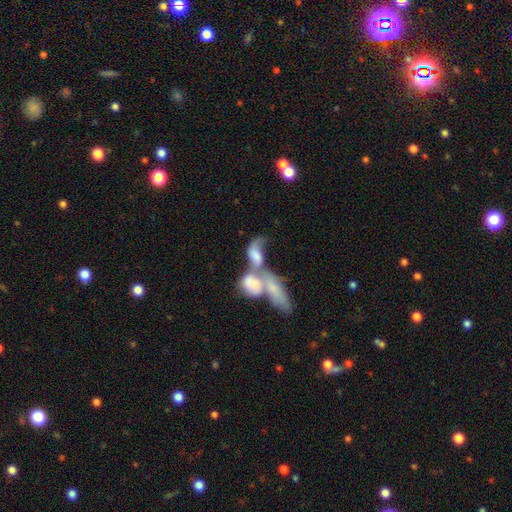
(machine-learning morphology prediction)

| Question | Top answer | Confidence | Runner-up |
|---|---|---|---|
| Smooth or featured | smooth | 49% | featured or disk (41%) |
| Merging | merger | 73% | major disturbance (11%) |